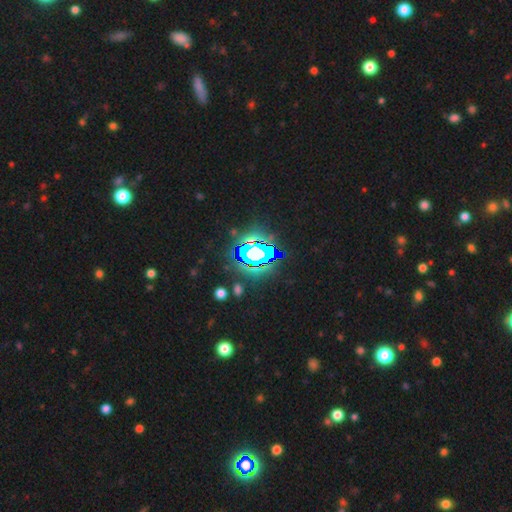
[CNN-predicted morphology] This appears to be a star or artifact, not a galaxy (73%).